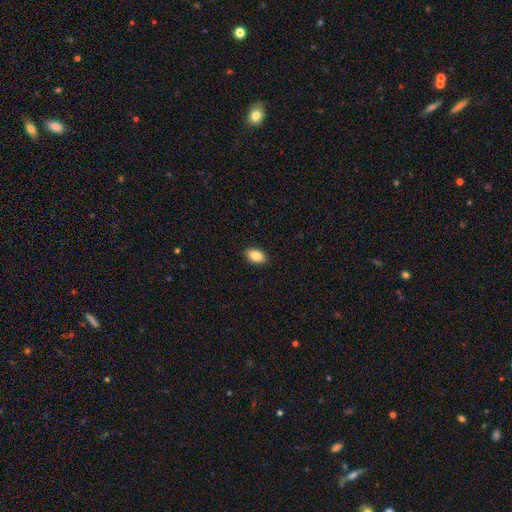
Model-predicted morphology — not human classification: A smooth galaxy with no disk features (86%) that is in between round and cigar-shaped (90%).

Vote fractions:
- Smooth or featured? smooth: 86% / star or artifact: 8% / featured or disk: 6%
- How rounded? in between: 90% / round: 8% / cigar-shaped: 2%
- Merging? none: 90% / minor disturbance: 7% / major disturbance: 2% / merger: 1%